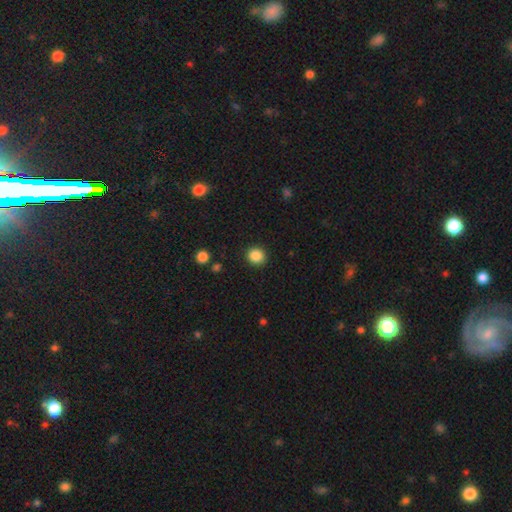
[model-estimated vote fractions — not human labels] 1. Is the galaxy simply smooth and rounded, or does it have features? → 86% smooth, 10% star or artifact, 4% featured or disk.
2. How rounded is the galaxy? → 89% round, 10% in between, 1% cigar-shaped.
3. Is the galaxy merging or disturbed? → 92% none, 5% minor disturbance, 2% major disturbance, 1% merger.